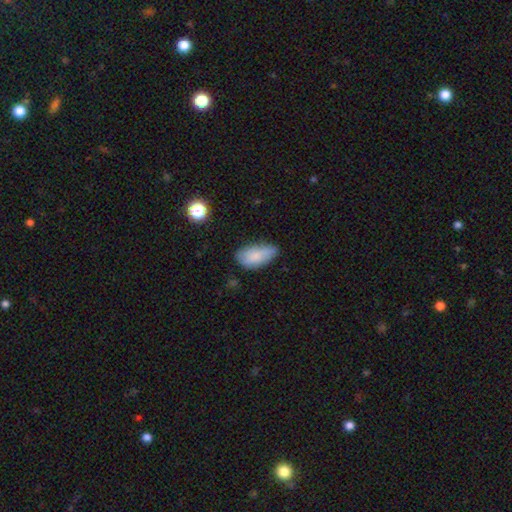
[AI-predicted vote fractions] A smooth galaxy with no disk features (80%) that is in between round and cigar-shaped (92%).

Vote fractions:
- Smooth or featured? smooth: 80% / featured or disk: 12% / star or artifact: 7%
- How rounded? in between: 92% / cigar-shaped: 5% / round: 3%
- Merging? none: 60% / minor disturbance: 31% / major disturbance: 7% / merger: 3%